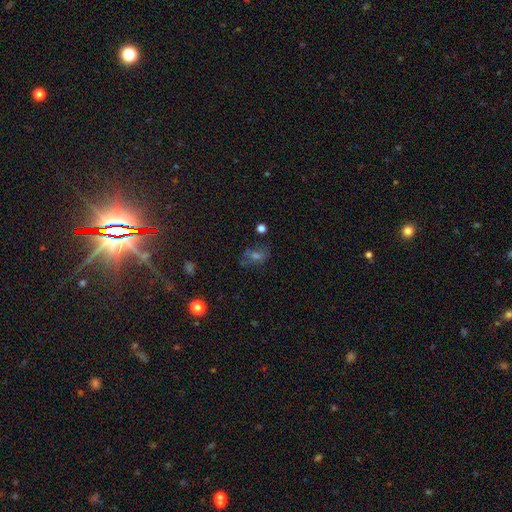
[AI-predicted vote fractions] Morphology: type=star or artifact (35%, tied with smooth).